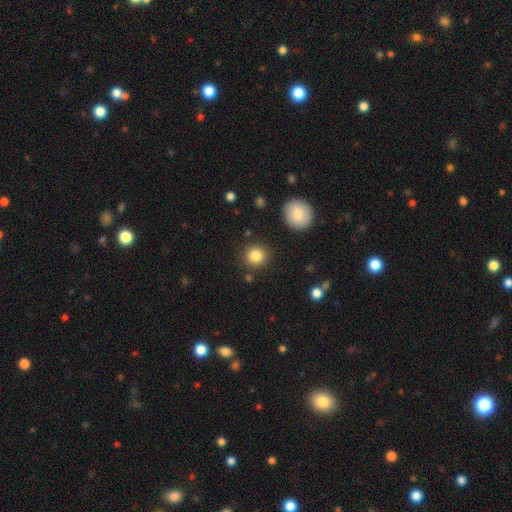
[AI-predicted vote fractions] A smooth galaxy with no disk features (84%) that is round (90%). Merging: none (87%).